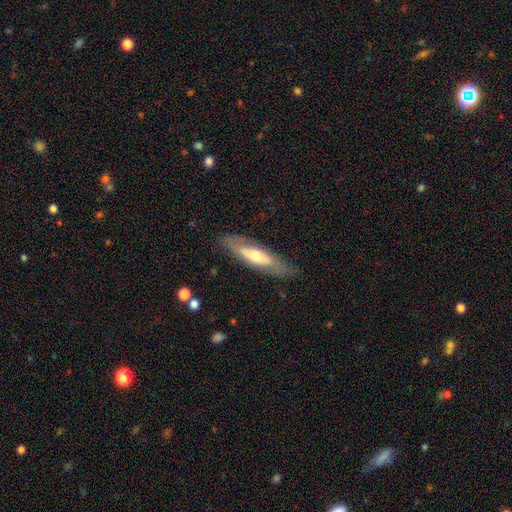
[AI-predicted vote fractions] Smooth or featured?
  - featured or disk: 53% *
  - smooth: 42%
  - star or artifact: 6%
Edge-on disk?
  - no: 58% *
  - yes: 42%
Merging?
  - none: 82% *
  - minor disturbance: 13%
  - major disturbance: 4%
  - merger: 1%